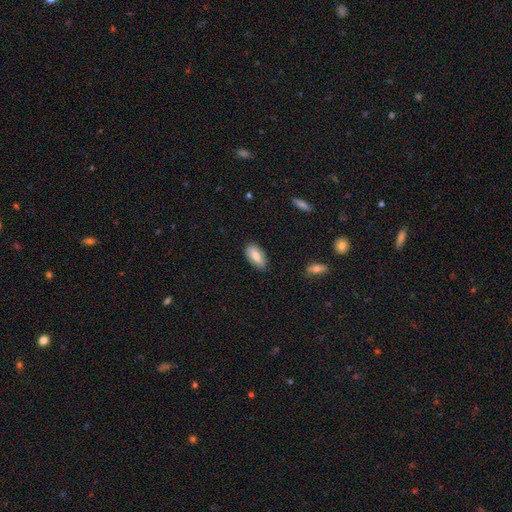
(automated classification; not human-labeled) A smooth galaxy with no disk features (76%) that is in between round and cigar-shaped (91%). Merging: none (78%).